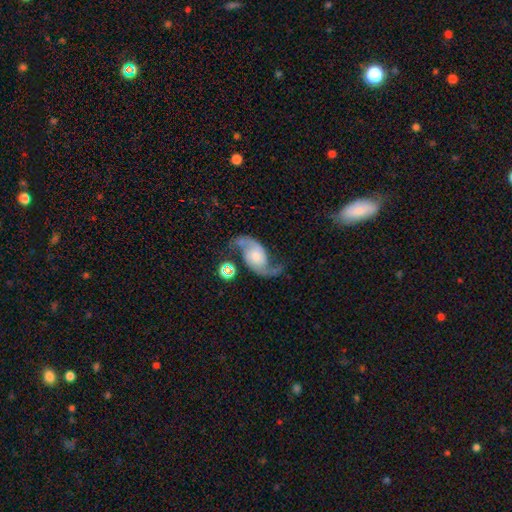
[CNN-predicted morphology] A featured or disk galaxy (89%) with no bar (64%), 2 (94%) loose (68%) spiral arms (97%) and a moderate central bulge (39%).

Vote fractions:
- Smooth or featured? featured or disk: 89% / smooth: 6% / star or artifact: 6%
- Edge-on disk? no: 97% / yes: 3%
- Bar? no: 64% / weak: 28% / strong: 7%
- Spiral arms? yes: 97% / no: 3%
- Spiral winding? loose: 68% / medium: 27% / tight: 6%
- Spiral arm count? 2: 94% / 1: 2% / can't tell: 2% / 3: 1% / 4: 1% / more than 4: 1%
- Bulge size? moderate: 39% / small: 35% / large: 12% / none: 10% / dominant: 3%
- Merging? none: 68% / minor disturbance: 16% / major disturbance: 10% / merger: 5%